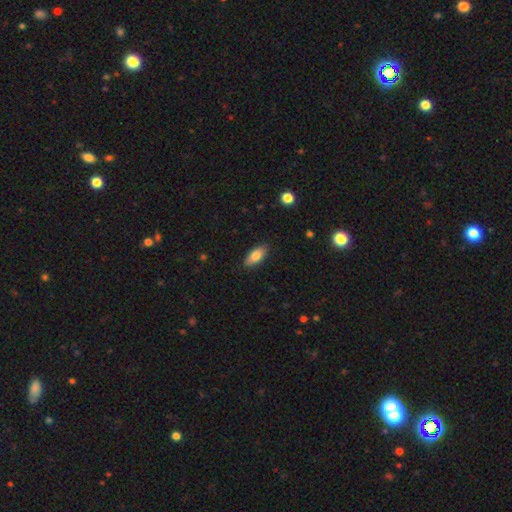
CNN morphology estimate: Smooth or featured? smooth (79%)
How rounded? in between (86%)
Merging? none (87%)